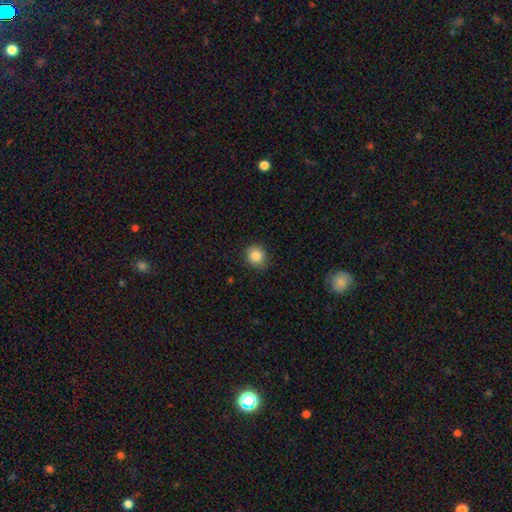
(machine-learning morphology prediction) A smooth galaxy with no disk features (86%) that is round (82%).

Vote fractions:
- Smooth or featured? smooth: 86% / star or artifact: 10% / featured or disk: 4%
- How rounded? round: 82% / in between: 17% / cigar-shaped: 1%
- Merging? none: 86% / minor disturbance: 11% / major disturbance: 3% / merger: 1%